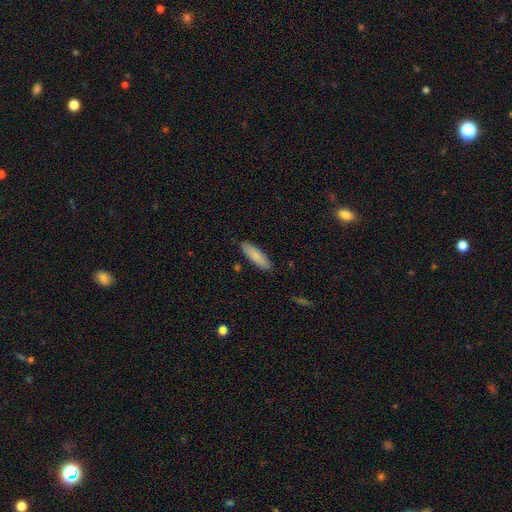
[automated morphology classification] A smooth galaxy with no disk features (84%) that is cigar-shaped (56%).

Vote fractions:
- Smooth or featured? smooth: 84% / featured or disk: 10% / star or artifact: 6%
- How rounded? cigar-shaped: 56% / in between: 42% / round: 2%
- Merging? none: 89% / minor disturbance: 8% / major disturbance: 2% / merger: 1%